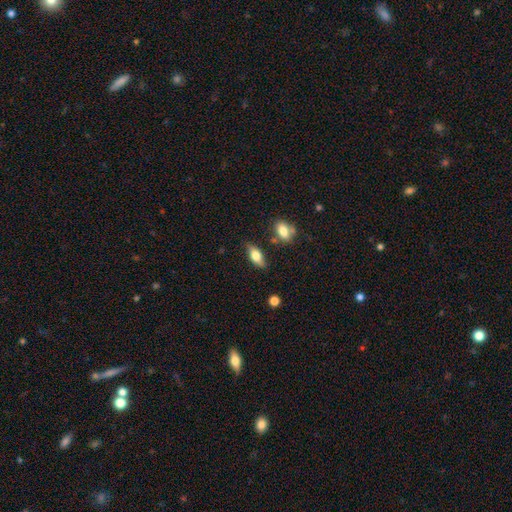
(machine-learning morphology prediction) type=smooth (66%); roundness=in between (78%); merging=none (76%).